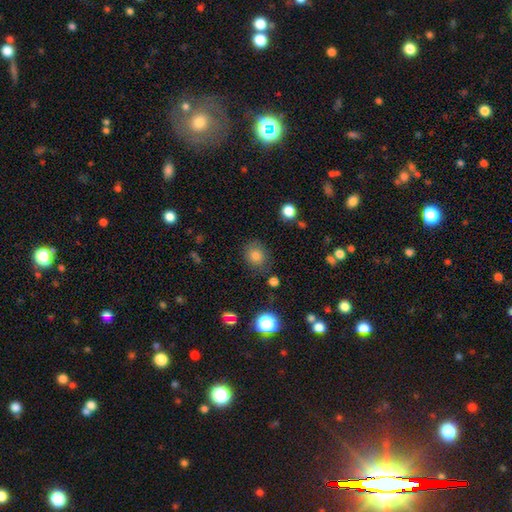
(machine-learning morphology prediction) Smooth or featured?
  - smooth: 78% *
  - star or artifact: 15%
  - featured or disk: 7%
How rounded?
  - round: 76% *
  - in between: 23%
  - cigar-shaped: 1%
Merging?
  - none: 82% *
  - minor disturbance: 12%
  - major disturbance: 4%
  - merger: 2%